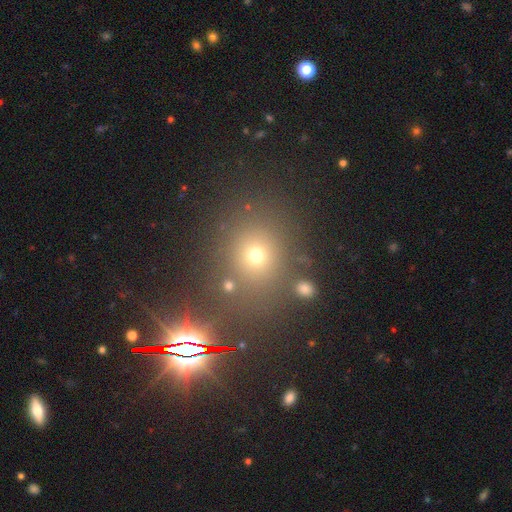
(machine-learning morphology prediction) Smooth or featured? Predicted: smooth (p=0.68). How rounded? Predicted: round (p=0.70). Merging? Predicted: none (p=0.73).